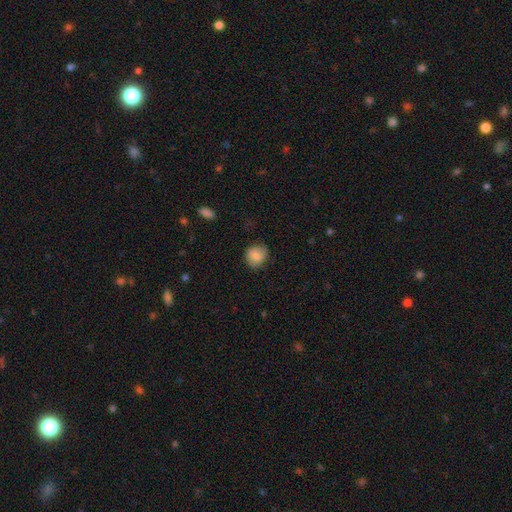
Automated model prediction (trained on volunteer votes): This appears to be a smooth galaxy with no disk features (81%) that is round (76%). Merging: none (76%).